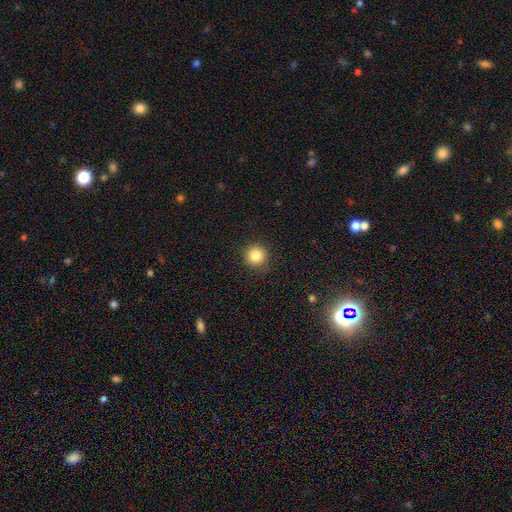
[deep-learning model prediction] Overall: smooth (83%). How rounded: round (94%). Merging: none (89%).